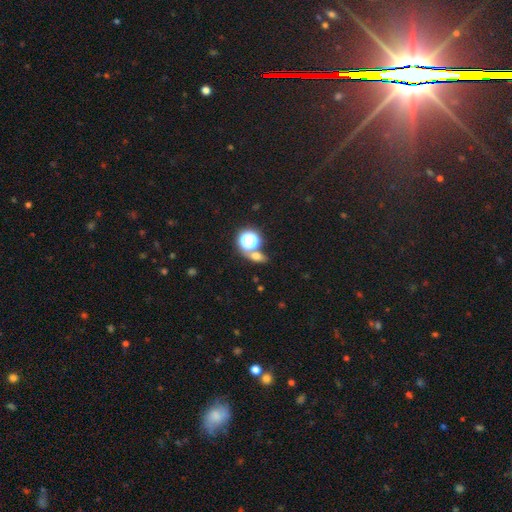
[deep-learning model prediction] This appears to be a smooth galaxy with no disk features (59%) that is in between round and cigar-shaped (48%). Merging: none (66%).